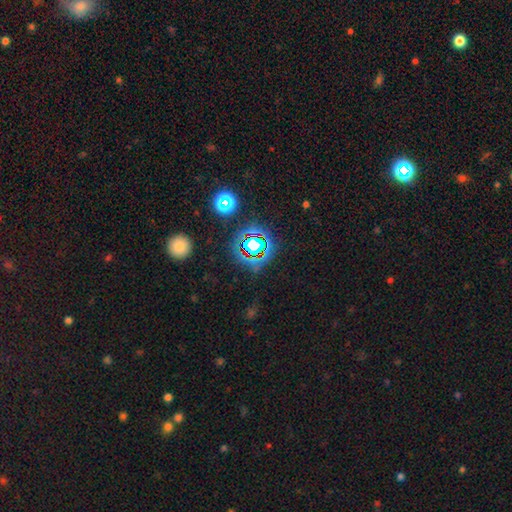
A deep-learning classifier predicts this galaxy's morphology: Smooth or featured: star or artifact — 70% (smooth — 19%)